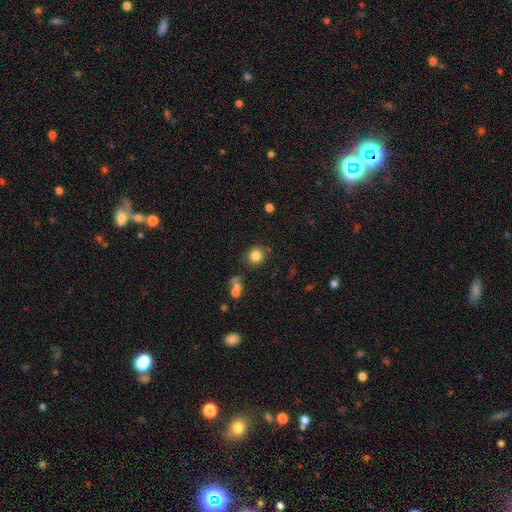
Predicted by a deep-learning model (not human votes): Overall: smooth (82%). How rounded: round (87%). Merging: none (81%).